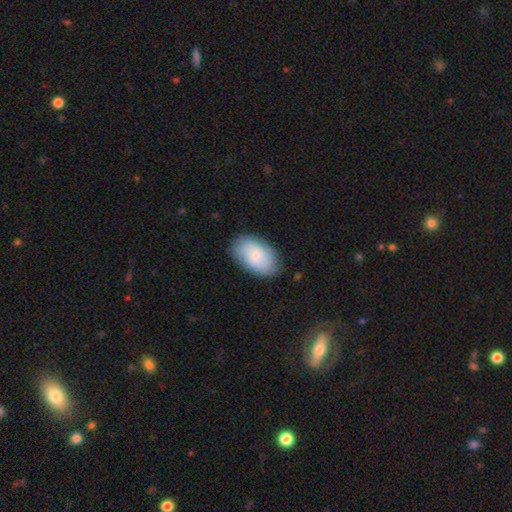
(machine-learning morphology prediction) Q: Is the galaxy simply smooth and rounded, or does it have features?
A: smooth — 75%.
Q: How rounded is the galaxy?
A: in between — 93%.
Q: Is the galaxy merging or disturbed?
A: none — 81%.